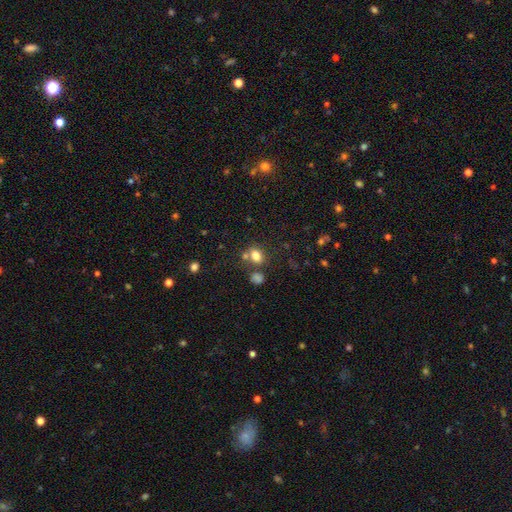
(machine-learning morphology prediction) type=smooth (78%); roundness=in between (58%); merging=none (62%).